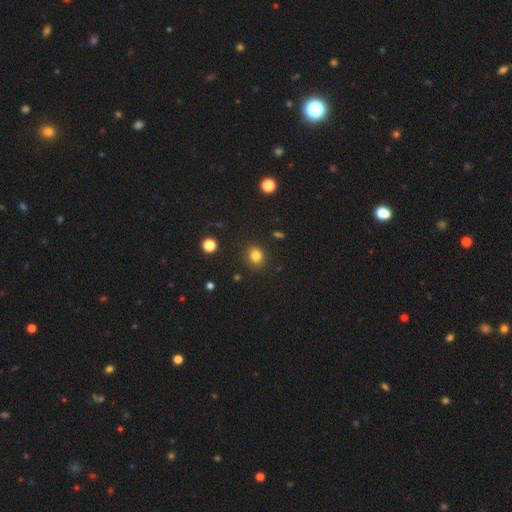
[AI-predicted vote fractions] This appears to be a smooth galaxy with no disk features (82%) that is round (62%). Merging: none (87%).